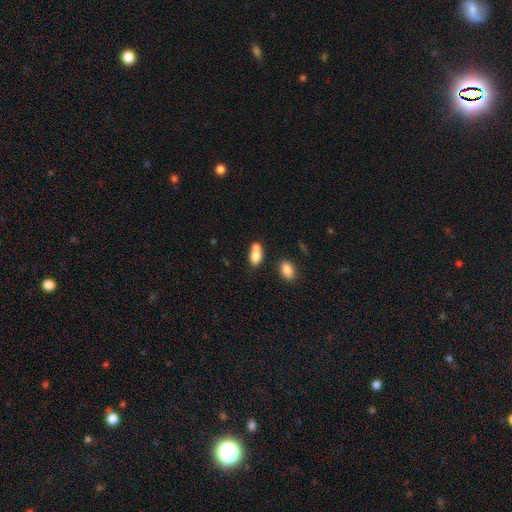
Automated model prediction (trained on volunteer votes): Smooth or featured: smooth — 79% (featured or disk — 12%)
How rounded: in between — 82% (round — 14%)
Merging: merger — 53% (none — 33%)